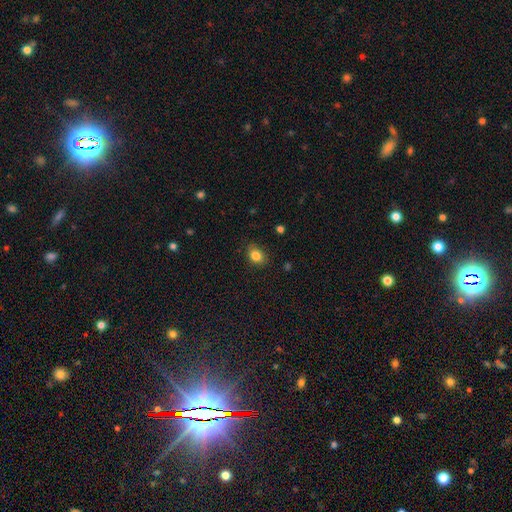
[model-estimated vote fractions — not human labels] The model was most divided on "how rounded": in between: 61%, round: 38%, cigar-shaped: 1%. More confident: smooth or featured — smooth (84%); merging — none (80%).